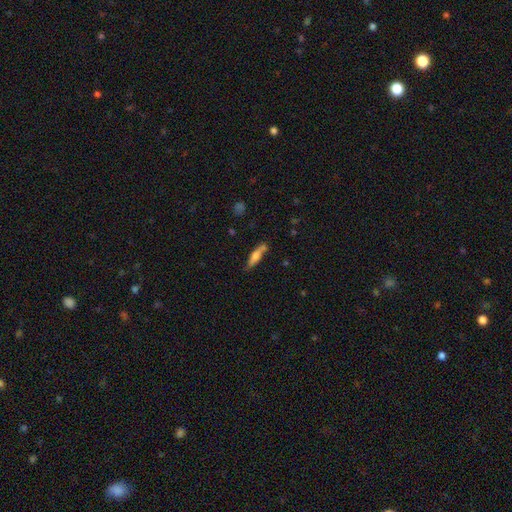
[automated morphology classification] type=smooth (59%); roundness=cigar-shaped (73%); merging=none (67%).